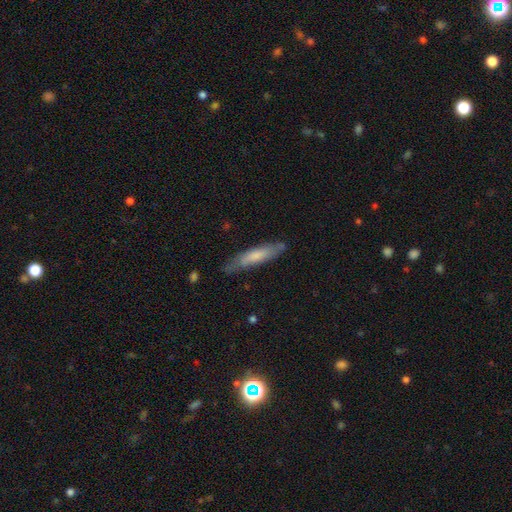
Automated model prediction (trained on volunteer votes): smooth-or-featured: smooth: 64% | featured or disk: 30% | star or artifact: 6%
  how-rounded: cigar-shaped: 83% | in between: 16% | round: 1%
  merging: none: 74% | minor disturbance: 20% | major disturbance: 4% | merger: 2%